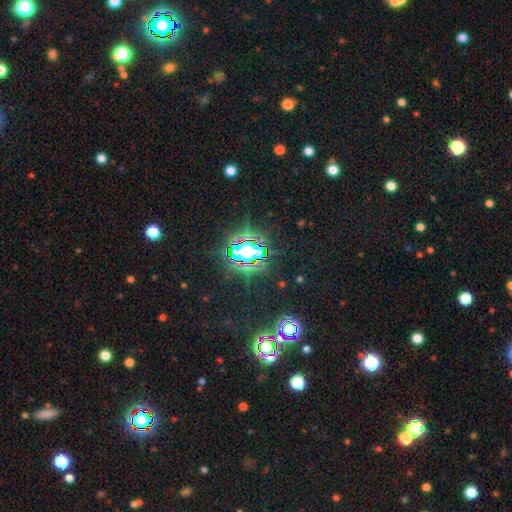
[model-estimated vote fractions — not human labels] Q: Smooth or featured?
A: star or artifact (83%); runner-up: smooth (11%)